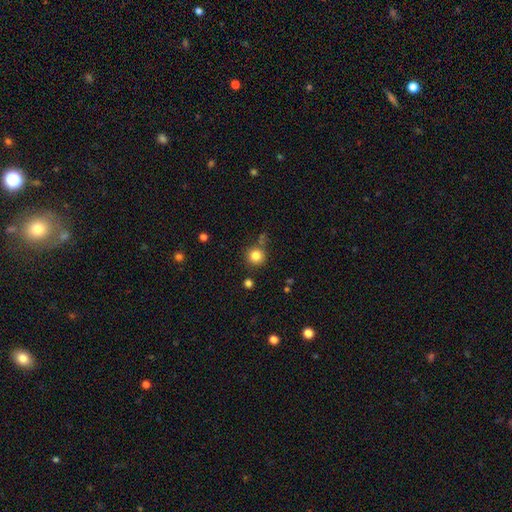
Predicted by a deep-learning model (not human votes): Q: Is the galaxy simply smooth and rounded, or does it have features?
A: smooth — 83%.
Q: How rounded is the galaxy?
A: round — 93%.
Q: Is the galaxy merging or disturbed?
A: none — 78%.